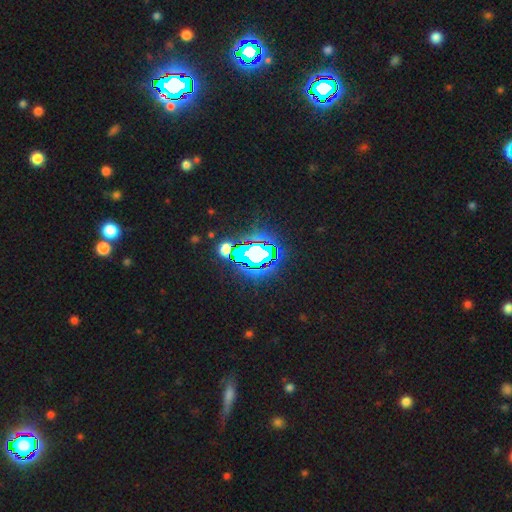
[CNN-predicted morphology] Smooth or featured?
  - star or artifact: 73% *
  - smooth: 14%
  - featured or disk: 13%